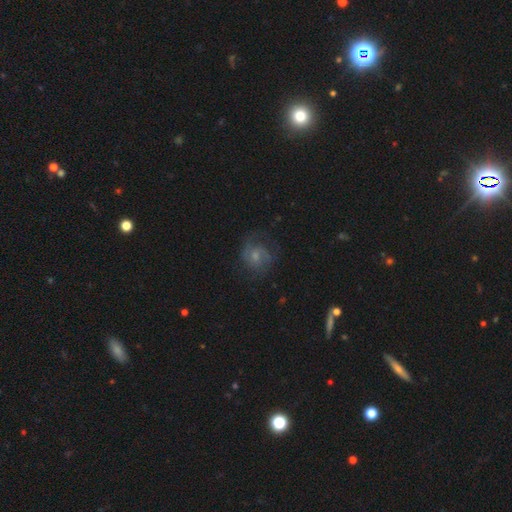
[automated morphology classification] type=featured or disk (59%); edge-on=no (98%); bar=no (61%); spiral arms=yes (86%); bulge=small (44%); merging=none (63%).